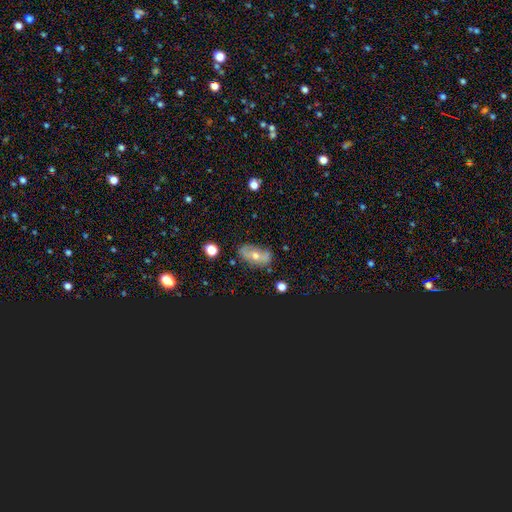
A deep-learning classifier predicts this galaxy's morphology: This is marginally a featured or disk galaxy (42%). Merging: likely none (68%).